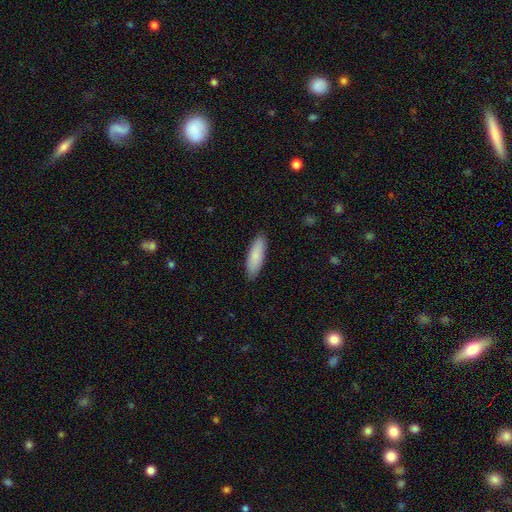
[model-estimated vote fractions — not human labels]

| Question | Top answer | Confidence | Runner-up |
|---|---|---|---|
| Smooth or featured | smooth | 86% | featured or disk (9%) |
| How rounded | cigar-shaped | 50% | in between (48%) |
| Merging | none | 89% | minor disturbance (8%) |